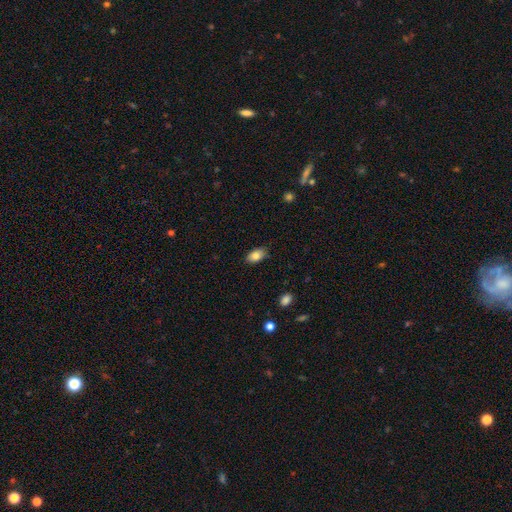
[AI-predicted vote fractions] smooth_or_featured: smooth (p=0.81) [alt: featured or disk p=0.11]
how_rounded: in between (p=0.91) [alt: round p=0.07]
merging: none (p=0.85) [alt: minor disturbance p=0.12]